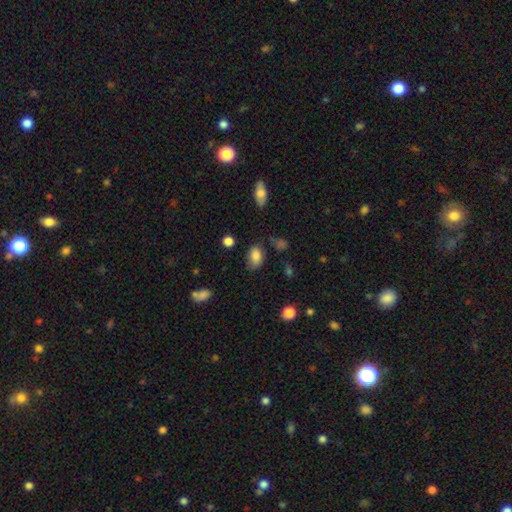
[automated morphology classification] Smooth or featured: smooth — 83% (star or artifact — 9%)
How rounded: in between — 84% (round — 15%)
Merging: none — 69% (minor disturbance — 22%)